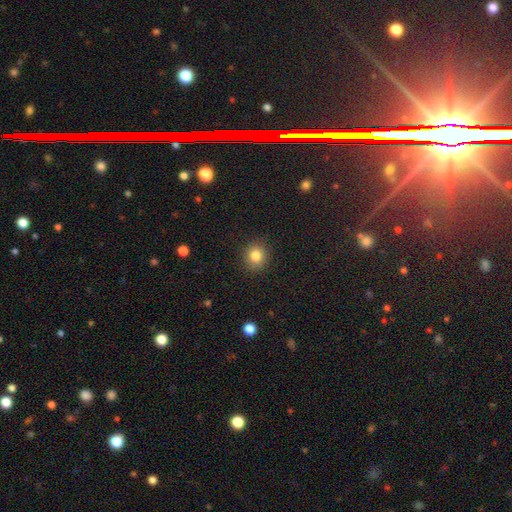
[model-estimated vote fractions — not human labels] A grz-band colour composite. It shows a smooth galaxy with no disk features (82%) that is round (82%). Merging: none (89%).